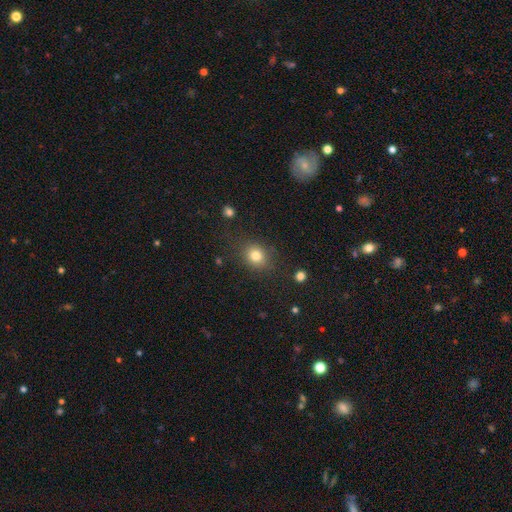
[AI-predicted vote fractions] Smooth or featured? Predicted: smooth (p=0.81). How rounded? Predicted: round (p=0.69). Merging? Predicted: none (p=0.81).